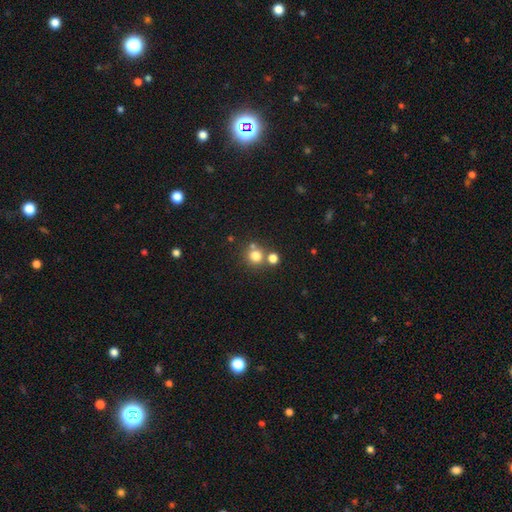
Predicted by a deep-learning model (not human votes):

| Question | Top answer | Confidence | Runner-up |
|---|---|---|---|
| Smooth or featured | smooth | 77% | star or artifact (15%) |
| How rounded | round | 91% | in between (8%) |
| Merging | none | 65% | merger (24%) |